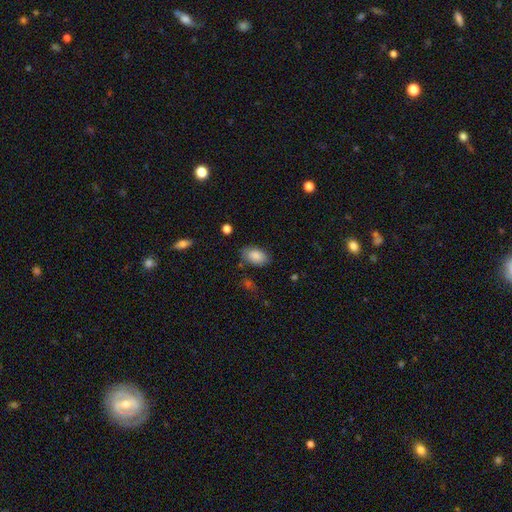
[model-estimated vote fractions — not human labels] This is clearly a smooth galaxy (86%). How rounded: clearly in between (92%). Merging: likely none (78%).